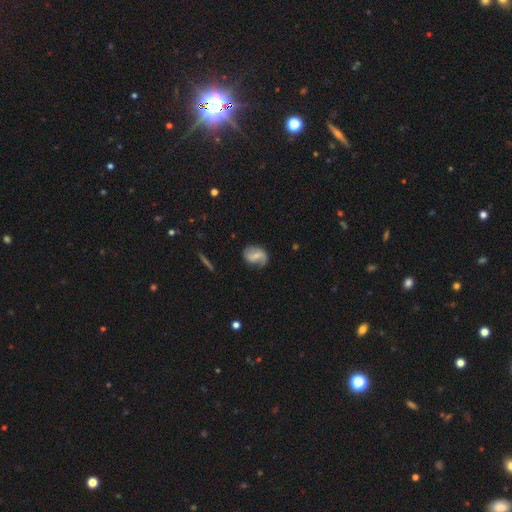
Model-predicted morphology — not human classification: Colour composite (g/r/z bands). It shows a featured or disk galaxy (62%) with a weak bar (46%), 2 (76%) loose (50%) spiral arms (87%) and a small central bulge (54%). Merging: none (69%).